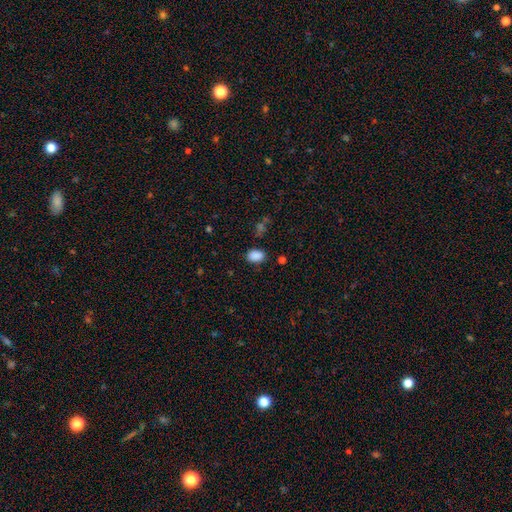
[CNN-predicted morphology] smooth_or_featured: smooth (p=0.87) [alt: star or artifact p=0.09]
how_rounded: in between (p=0.82) [alt: round p=0.16]
merging: none (p=0.82) [alt: minor disturbance p=0.12]